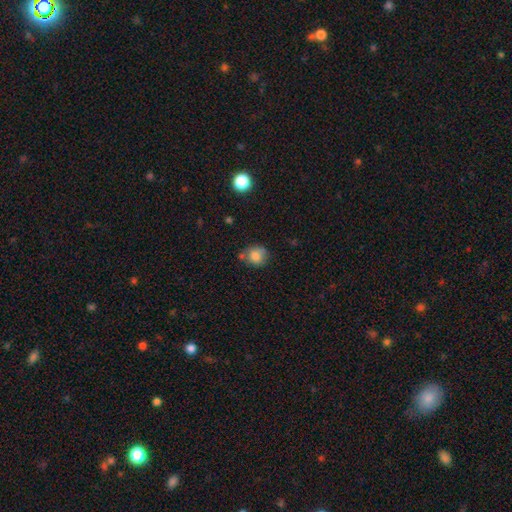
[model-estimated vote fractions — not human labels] A smooth galaxy with no disk features (80%) that is round (77%).

Vote fractions:
- Smooth or featured? smooth: 80% / star or artifact: 10% / featured or disk: 9%
- How rounded? round: 77% / in between: 22% / cigar-shaped: 1%
- Merging? none: 61% / minor disturbance: 22% / merger: 11% / major disturbance: 6%